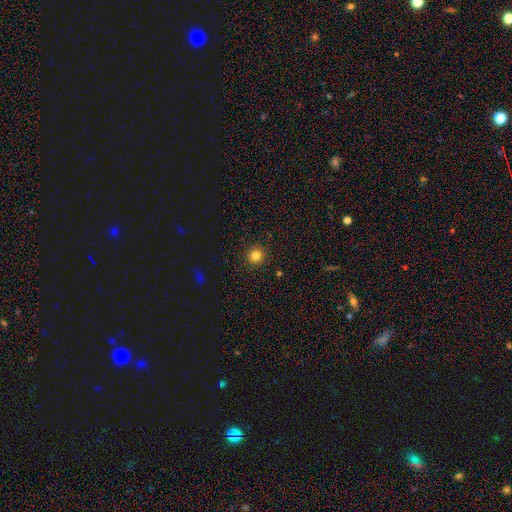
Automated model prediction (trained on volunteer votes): This is clearly a smooth galaxy (82%). How rounded: clearly round (92%). Merging: clearly none (92%).